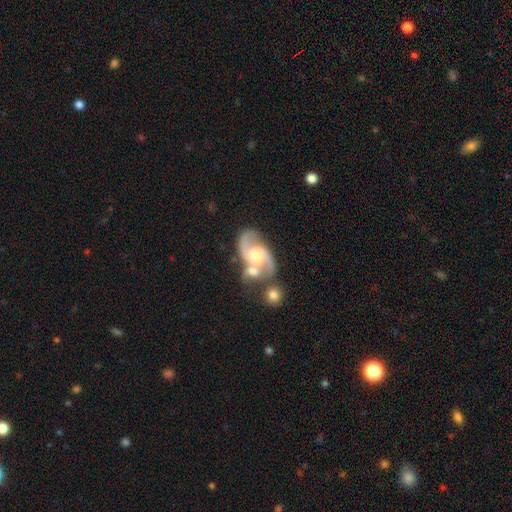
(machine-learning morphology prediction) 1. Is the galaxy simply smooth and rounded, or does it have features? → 87% featured or disk, 8% smooth, 5% star or artifact.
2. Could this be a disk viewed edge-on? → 97% no, 3% yes.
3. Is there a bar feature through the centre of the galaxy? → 52% no, 39% weak, 9% strong.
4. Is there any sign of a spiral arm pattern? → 96% yes, 4% no.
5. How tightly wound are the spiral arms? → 56% medium, 30% loose, 14% tight.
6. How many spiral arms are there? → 92% 2, 3% can't tell, 2% 1, 1% 3, 1% 4, 1% more than 4.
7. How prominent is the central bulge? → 57% moderate, 18% large, 18% small, 6% none, 2% dominant.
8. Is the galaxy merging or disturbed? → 41% merger, 37% none, 14% minor disturbance, 8% major disturbance.